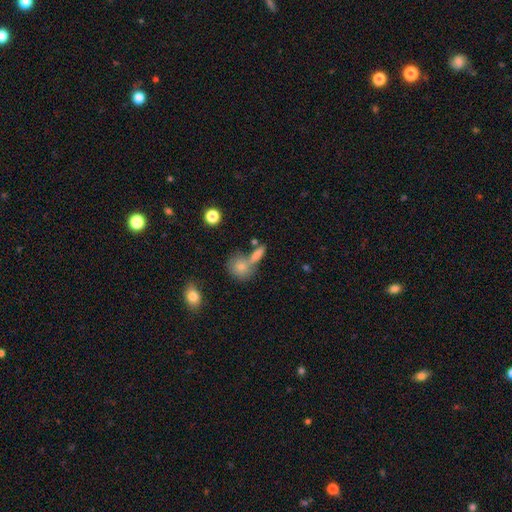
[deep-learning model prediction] Smooth or featured? Predicted: smooth (p=0.64). How rounded? Predicted: in between (p=0.45). Merging? Predicted: none (p=0.51).